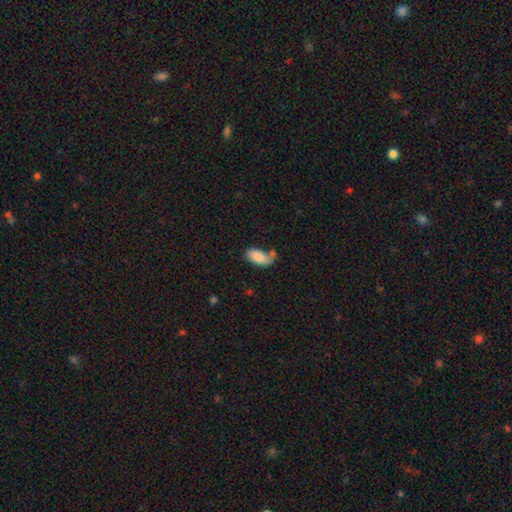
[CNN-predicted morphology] smooth_or_featured: smooth (p=0.79) [alt: featured or disk p=0.13]
how_rounded: in between (p=0.92) [alt: cigar-shaped p=0.05]
merging: none (p=0.45) [alt: minor disturbance p=0.26]